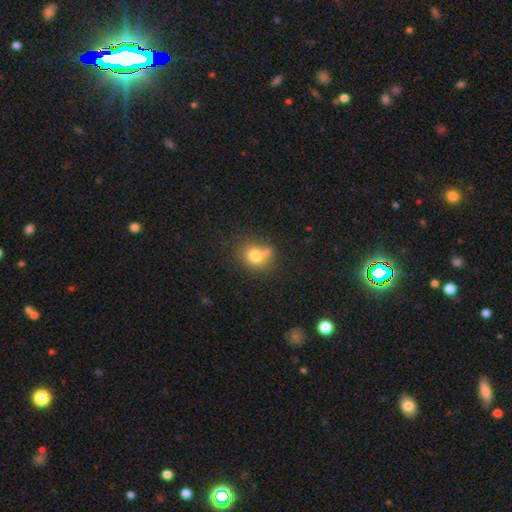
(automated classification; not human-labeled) smooth_or_featured: smooth (p=0.75) [alt: featured or disk p=0.13]
how_rounded: round (p=0.69) [alt: in between p=0.30]
merging: none (p=0.55) [alt: merger p=0.23]